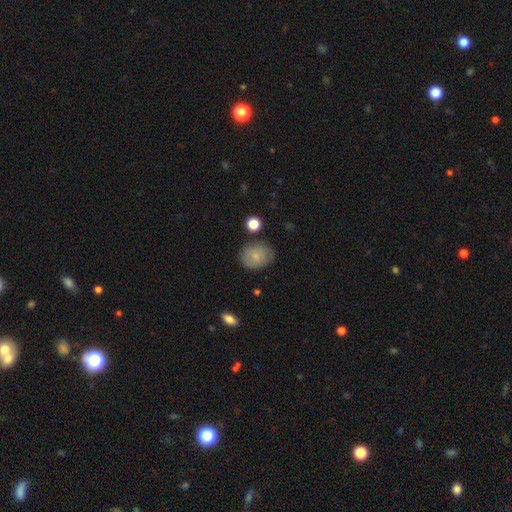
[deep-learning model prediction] Smooth or featured?
  - smooth: 81% *
  - featured or disk: 12%
  - star or artifact: 7%
How rounded?
  - in between: 52% *
  - round: 47%
  - cigar-shaped: 1%
Merging?
  - none: 77% *
  - minor disturbance: 16%
  - major disturbance: 4%
  - merger: 3%